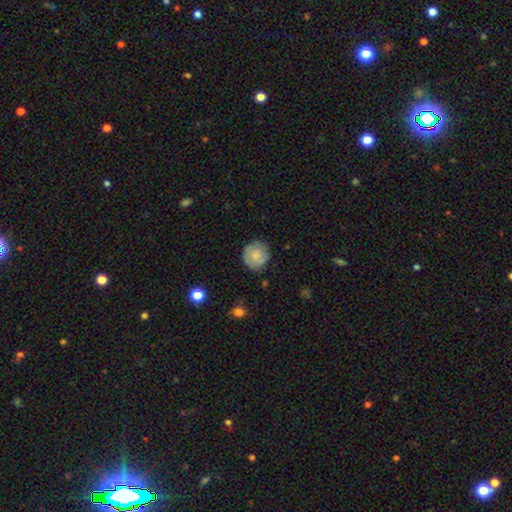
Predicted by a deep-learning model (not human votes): Smooth or featured? smooth (64%)
How rounded? round (89%)
Merging? none (78%)